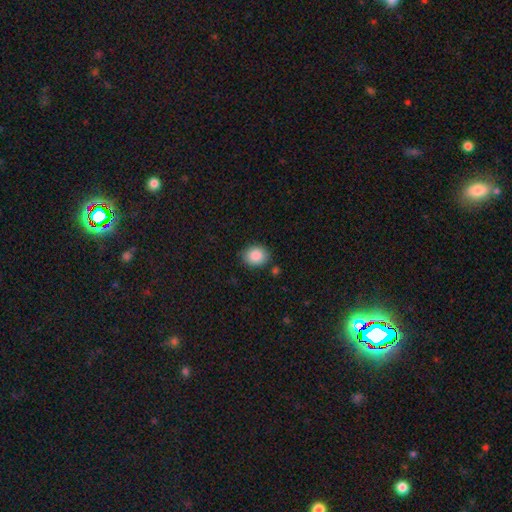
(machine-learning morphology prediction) smooth 88%, star or artifact 8%, featured or disk 4%. Down the decision tree: how rounded — round (63%); merging — none (83%).